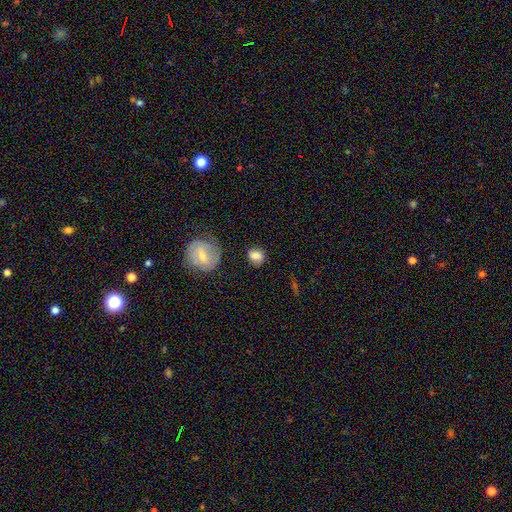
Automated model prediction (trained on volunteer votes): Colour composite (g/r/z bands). It shows a smooth galaxy with no disk features (77%) that is in between round and cigar-shaped (50%). Merging: none (65%).